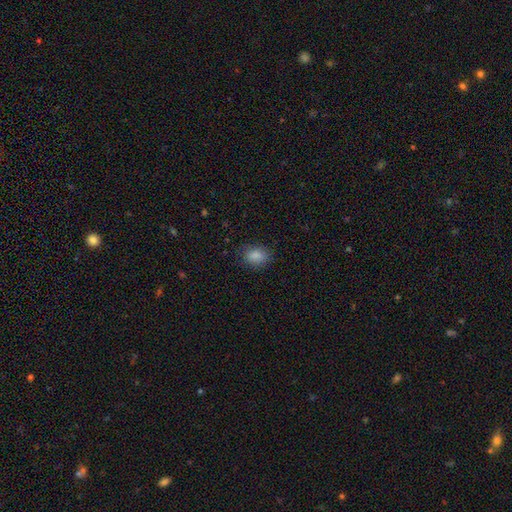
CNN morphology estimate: type=smooth (86%); roundness=in between (72%); merging=none (79%).